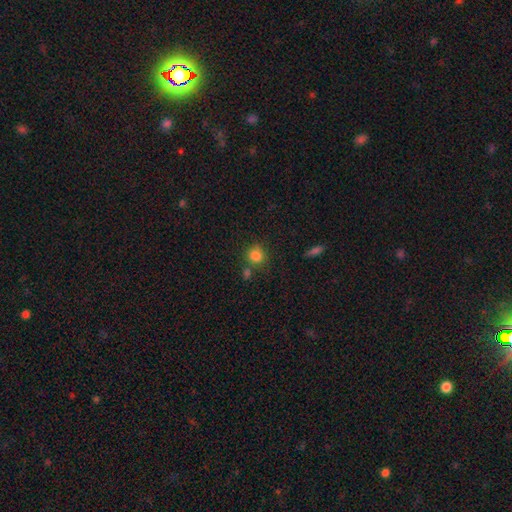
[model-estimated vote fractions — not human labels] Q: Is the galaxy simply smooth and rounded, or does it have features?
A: smooth — 83%.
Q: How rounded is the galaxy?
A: round — 86%.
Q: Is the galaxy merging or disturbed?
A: none — 69%.